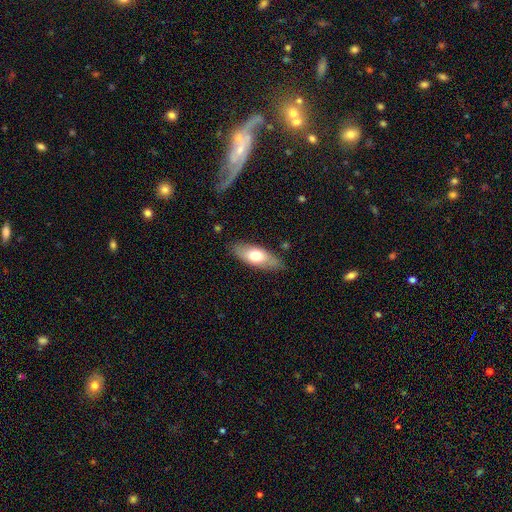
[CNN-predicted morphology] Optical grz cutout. It shows a smooth galaxy with no disk features (64%) that is in between round and cigar-shaped (79%). Merging: none (80%).